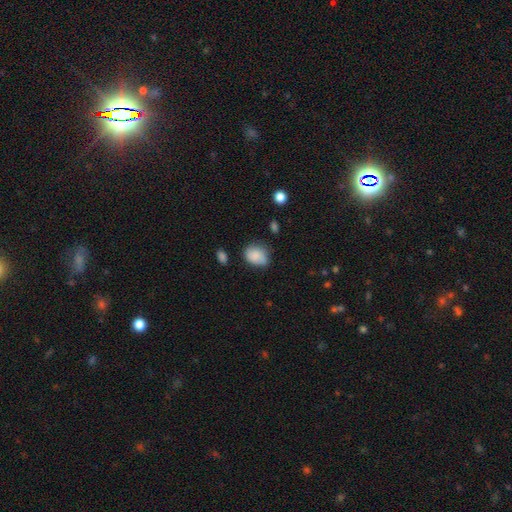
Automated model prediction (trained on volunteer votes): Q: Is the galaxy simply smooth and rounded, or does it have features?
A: smooth — 83%.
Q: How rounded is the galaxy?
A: in between — 56%.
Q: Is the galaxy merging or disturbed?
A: none — 56%.